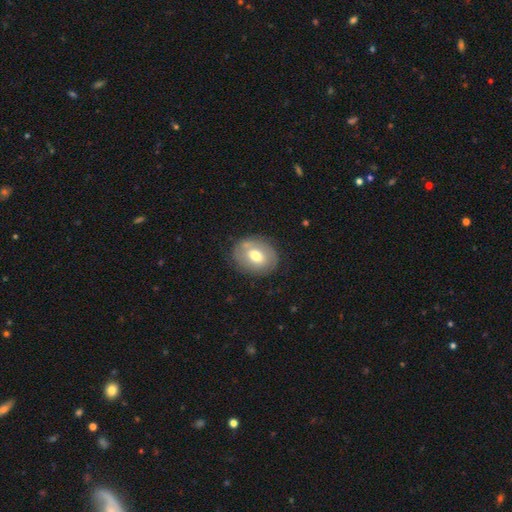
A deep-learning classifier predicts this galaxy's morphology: smooth-or-featured: smooth: 56% | featured or disk: 36% | star or artifact: 7%
  how-rounded: in between: 54% | round: 45% | cigar-shaped: 1%
  merging: none: 77% | minor disturbance: 16% | major disturbance: 5% | merger: 2%